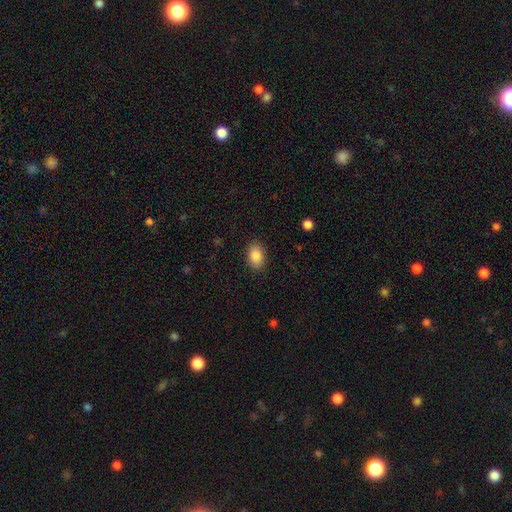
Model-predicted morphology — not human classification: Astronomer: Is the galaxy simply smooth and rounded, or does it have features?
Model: smooth — 87%.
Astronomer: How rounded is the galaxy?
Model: in between — 88%.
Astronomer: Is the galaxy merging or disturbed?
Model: none — 87%.